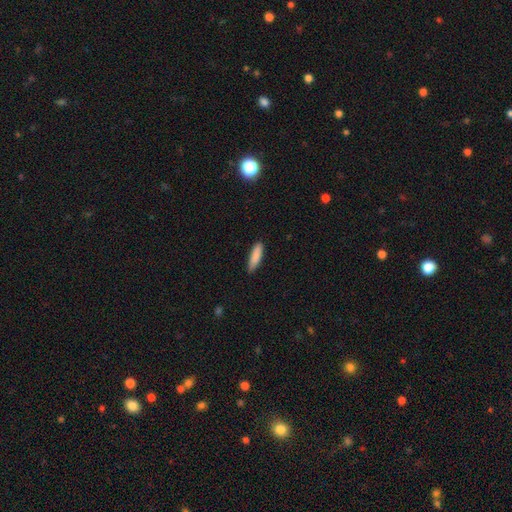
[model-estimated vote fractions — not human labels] Smooth or featured? Predicted: smooth (p=0.87). How rounded? Predicted: cigar-shaped (p=0.67). Merging? Predicted: none (p=0.86).